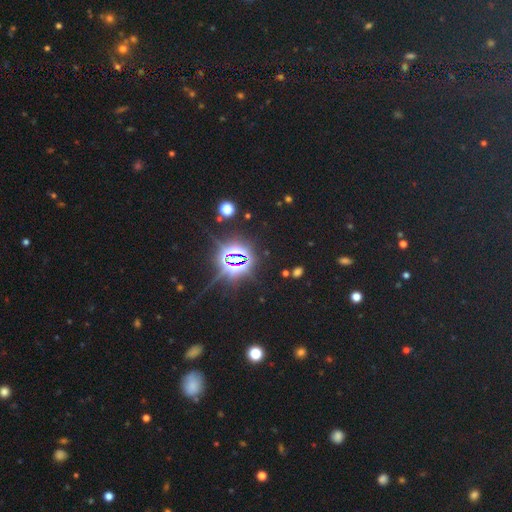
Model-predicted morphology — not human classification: The model was most divided on "smooth or featured": star or artifact: 66%, smooth: 29%, featured or disk: 6%.